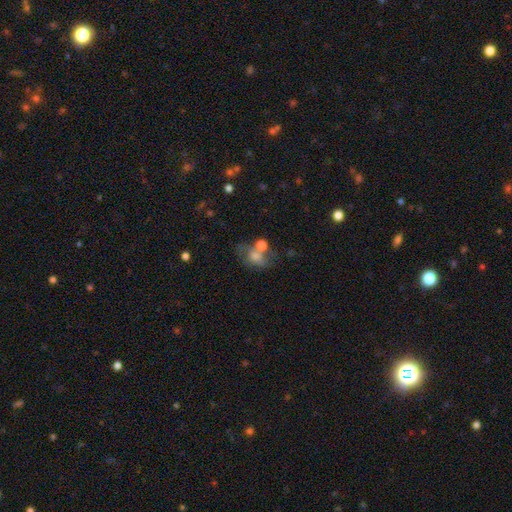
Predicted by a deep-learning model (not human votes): Morphology: type=smooth (56%); roundness=in between (64%); merging=none (34%).